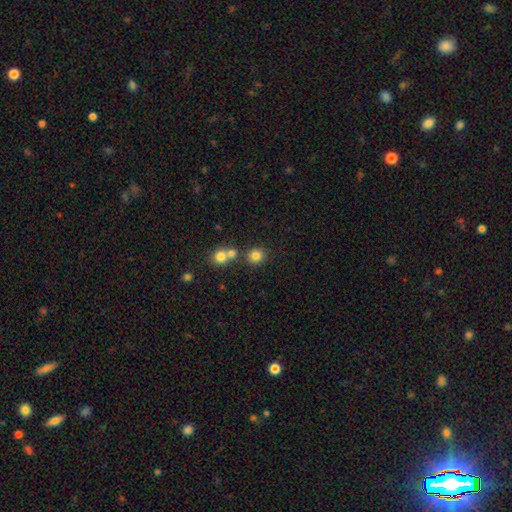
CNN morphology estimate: Smooth or featured: smooth — 81% (star or artifact — 13%)
How rounded: round — 88% (in between — 11%)
Merging: none — 71% (merger — 19%)